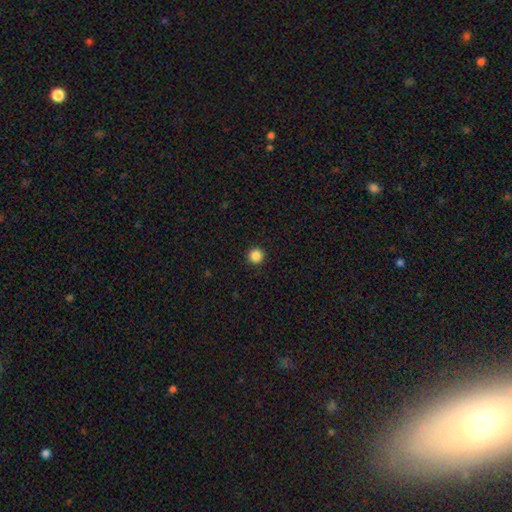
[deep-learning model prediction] Overall: smooth (87%). How rounded: round (96%). Merging: none (94%).